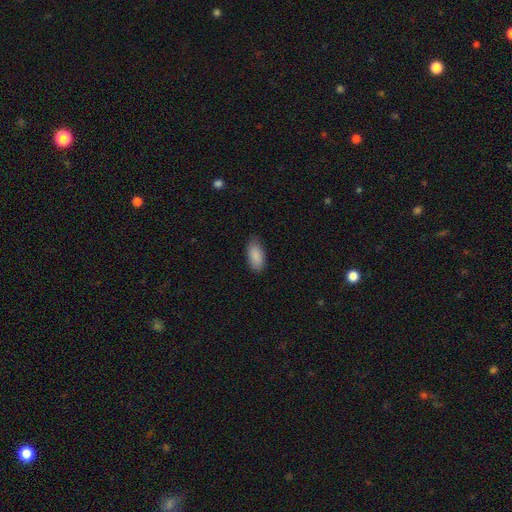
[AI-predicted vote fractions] This appears to be a smooth galaxy with no disk features (89%) that is in between round and cigar-shaped (91%). Merging: none (82%).